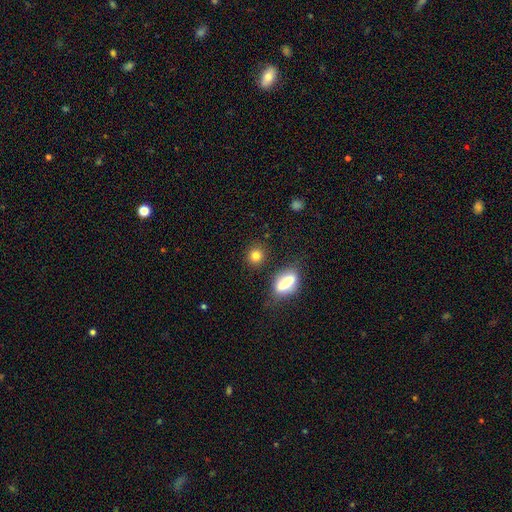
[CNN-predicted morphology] Smooth or featured: smooth — 82% (star or artifact — 11%)
How rounded: round — 81% (in between — 16%)
Merging: none — 84% (minor disturbance — 8%)